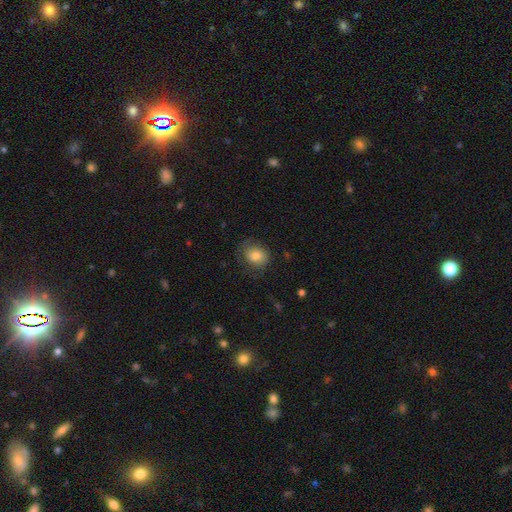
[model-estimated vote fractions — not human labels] The model was most divided on "how rounded": round: 53%, in between: 46%, cigar-shaped: 1%. More confident: smooth or featured — smooth (78%); merging — none (69%).